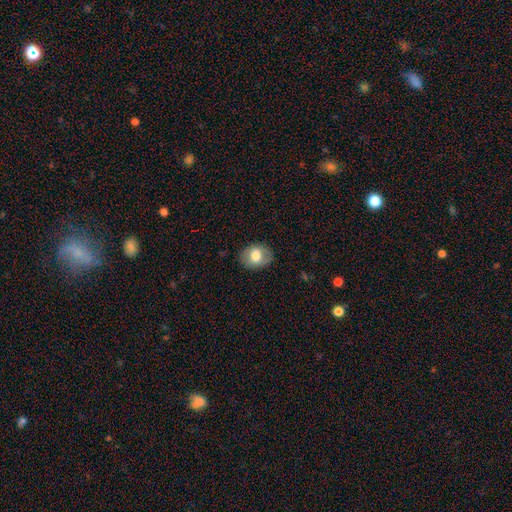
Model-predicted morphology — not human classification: A smooth galaxy with no disk features (75%) that is in between round and cigar-shaped (57%). Merging: none (85%).